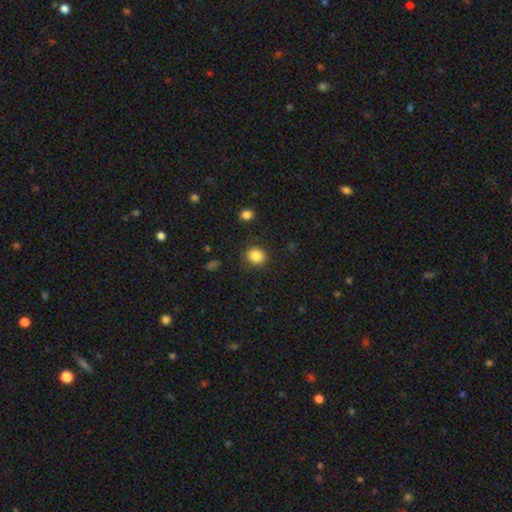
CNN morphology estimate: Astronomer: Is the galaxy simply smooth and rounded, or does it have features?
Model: smooth — 86%.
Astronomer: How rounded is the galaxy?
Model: round — 79%.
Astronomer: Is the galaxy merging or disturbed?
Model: none — 87%.